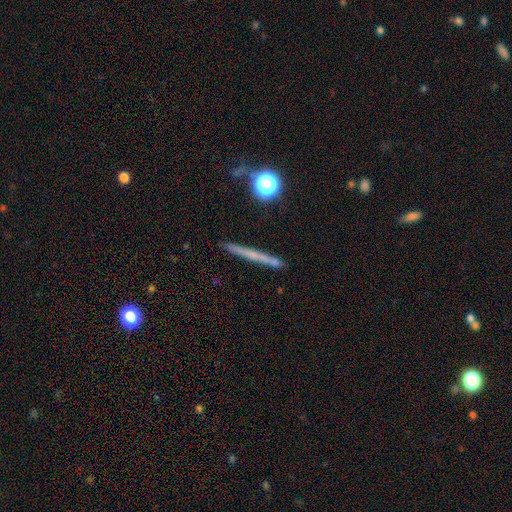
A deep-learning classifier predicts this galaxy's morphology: Smooth or featured? featured or disk (49%)
Merging? none (89%)